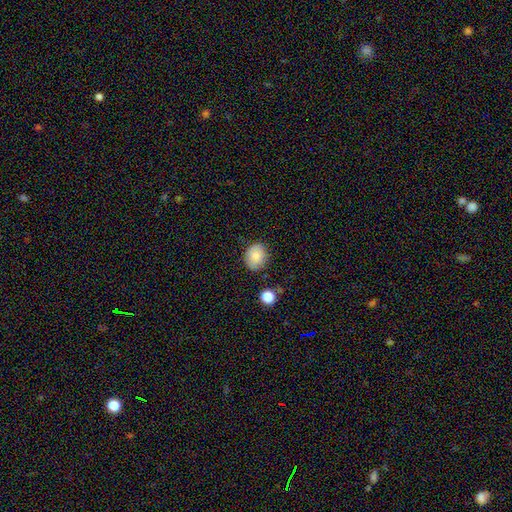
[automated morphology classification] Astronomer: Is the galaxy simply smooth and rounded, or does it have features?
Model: smooth — 82%.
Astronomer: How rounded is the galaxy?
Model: round — 52% (runner-up: in between, 47%).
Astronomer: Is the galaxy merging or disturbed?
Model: none — 80%.